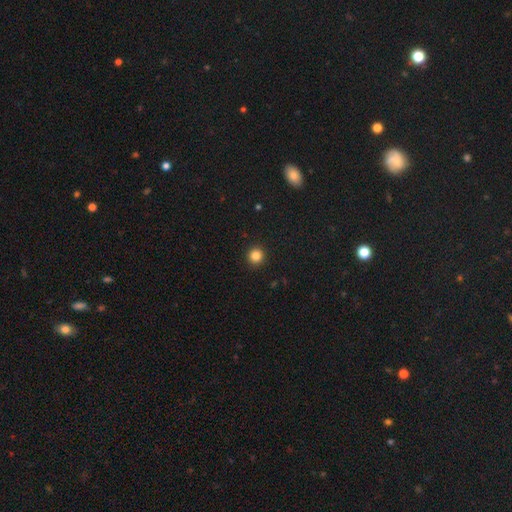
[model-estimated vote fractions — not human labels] Morphology: type=smooth (84%); roundness=round (95%); merging=none (93%).